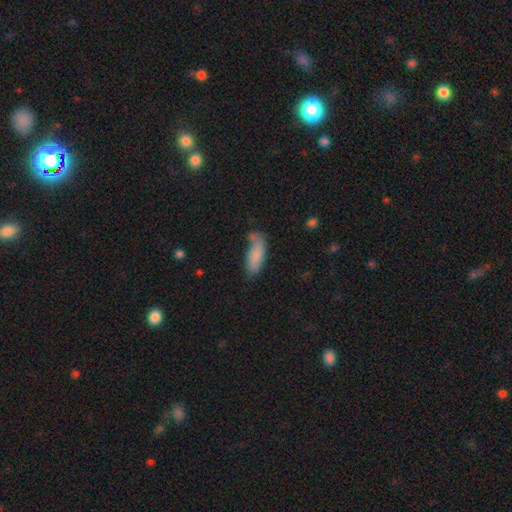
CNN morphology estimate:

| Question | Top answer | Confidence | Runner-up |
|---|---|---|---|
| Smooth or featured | smooth | 83% | featured or disk (10%) |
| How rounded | in between | 66% | cigar-shaped (32%) |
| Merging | none | 58% | minor disturbance (25%) |